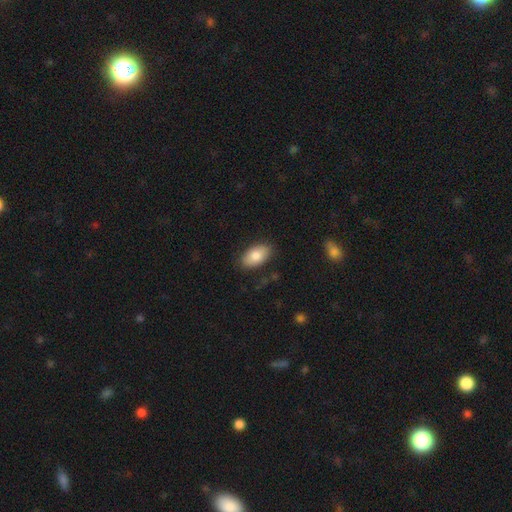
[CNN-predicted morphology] smooth-or-featured: smooth: 83% | featured or disk: 11% | star or artifact: 6%
  how-rounded: in between: 94% | round: 4% | cigar-shaped: 2%
  merging: none: 85% | minor disturbance: 11% | major disturbance: 3% | merger: 1%